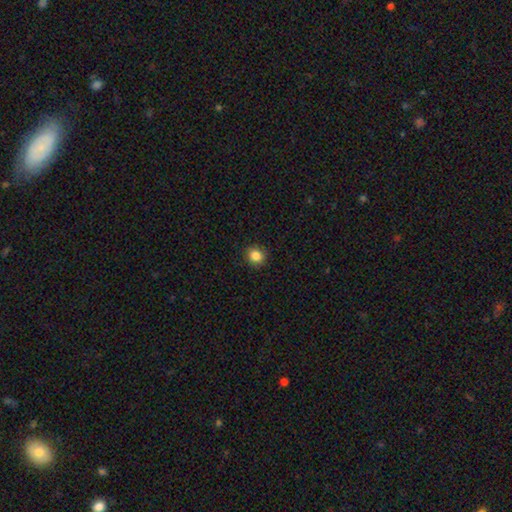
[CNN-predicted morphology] This is clearly a smooth galaxy (85%). How rounded: clearly round (87%). Merging: clearly none (91%).